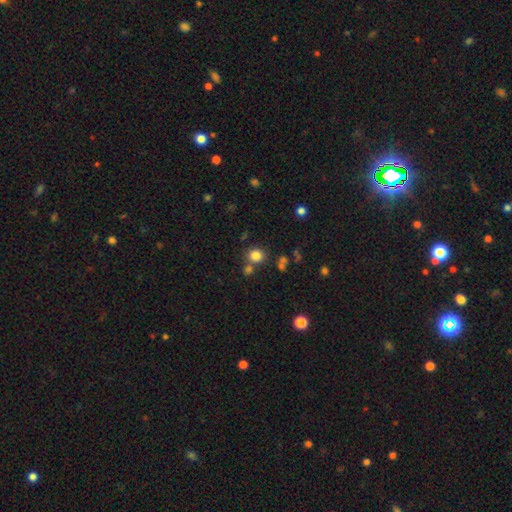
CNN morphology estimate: A smooth galaxy with no disk features (81%) that is round (80%).

Vote fractions:
- Smooth or featured? smooth: 81% / star or artifact: 13% / featured or disk: 6%
- How rounded? round: 80% / in between: 19% / cigar-shaped: 1%
- Merging? none: 73% / merger: 14% / minor disturbance: 9% / major disturbance: 4%